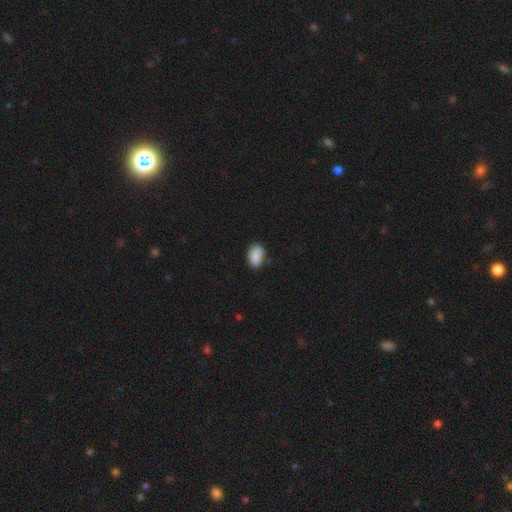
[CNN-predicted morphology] Smooth or featured: smooth — 85% (featured or disk — 8%)
How rounded: in between — 86% (round — 13%)
Merging: none — 70% (minor disturbance — 23%)